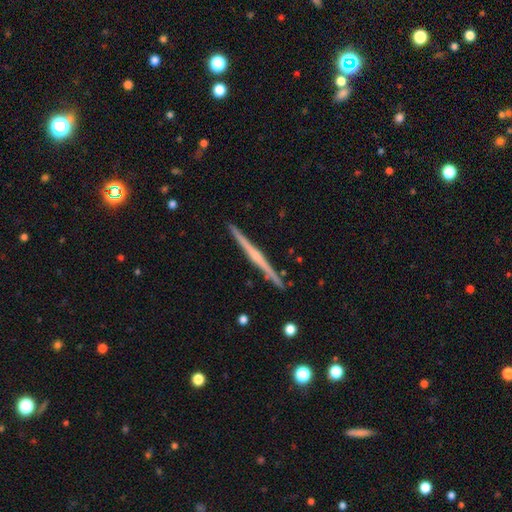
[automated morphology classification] smooth-or-featured: featured or disk: 70% | smooth: 25% | star or artifact: 5%
  disk-edge-on: yes: 98% | no: 2%
    edge-on-bulge: none: 57% | rounded: 33% | boxy: 9%
  merging: none: 92% | minor disturbance: 5% | merger: 1% | major disturbance: 1%